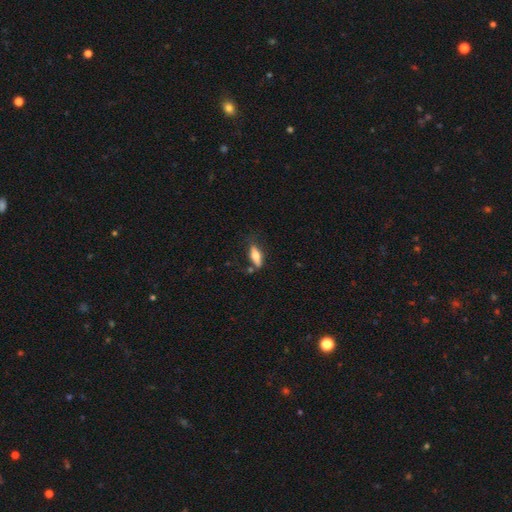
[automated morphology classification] smooth 59%, featured or disk 34%, star or artifact 7%. Down the decision tree: how rounded — in between (52%); merging — none (63%).